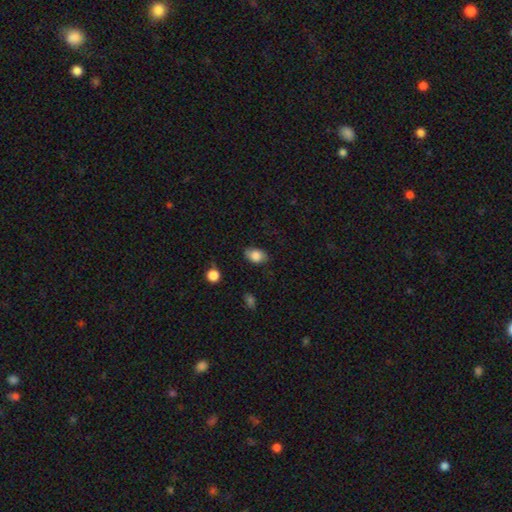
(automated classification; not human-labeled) Smooth or featured?
  - smooth: 82% *
  - featured or disk: 10%
  - star or artifact: 8%
How rounded?
  - in between: 83% *
  - round: 15%
  - cigar-shaped: 1%
Merging?
  - none: 77% *
  - minor disturbance: 18%
  - major disturbance: 4%
  - merger: 1%